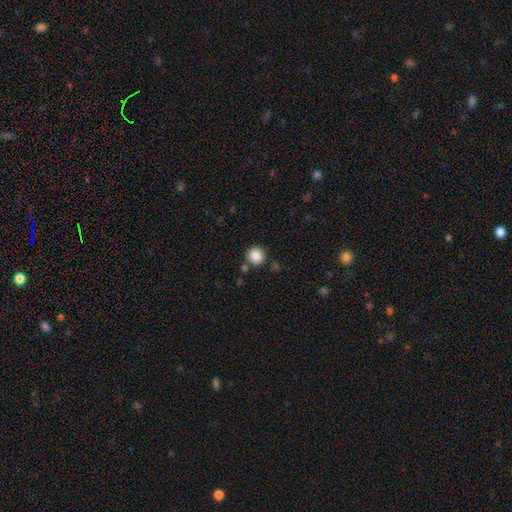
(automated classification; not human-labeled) Smooth or featured: smooth — 86% (star or artifact — 10%)
How rounded: round — 90% (in between — 9%)
Merging: none — 82% (minor disturbance — 9%)